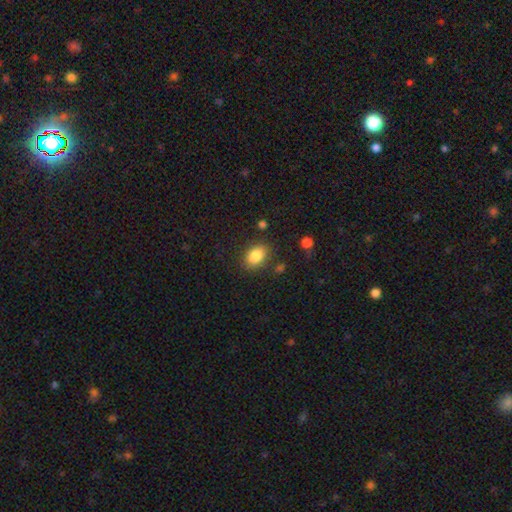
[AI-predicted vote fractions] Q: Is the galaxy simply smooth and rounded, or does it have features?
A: smooth — 85%.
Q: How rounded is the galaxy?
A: in between — 74%.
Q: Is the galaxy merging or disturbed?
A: none — 81%.